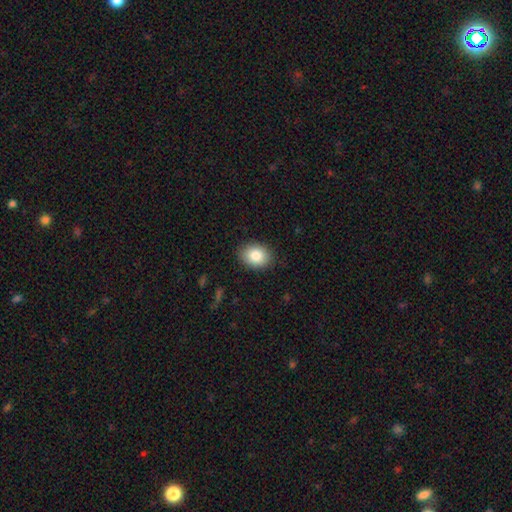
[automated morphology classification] A smooth galaxy with no disk features (85%) that is in between round and cigar-shaped (67%).

Vote fractions:
- Smooth or featured? smooth: 85% / star or artifact: 8% / featured or disk: 7%
- How rounded? in between: 67% / round: 32% / cigar-shaped: 1%
- Merging? none: 87% / minor disturbance: 9% / major disturbance: 2% / merger: 1%